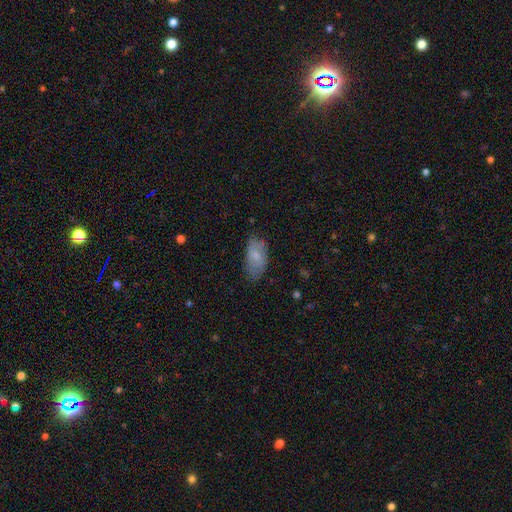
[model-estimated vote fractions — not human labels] A smooth galaxy with no disk features (73%) that is in between round and cigar-shaped (93%).

Vote fractions:
- Smooth or featured? smooth: 73% / featured or disk: 21% / star or artifact: 7%
- How rounded? in between: 93% / cigar-shaped: 4% / round: 3%
- Merging? none: 68% / minor disturbance: 25% / major disturbance: 6% / merger: 1%